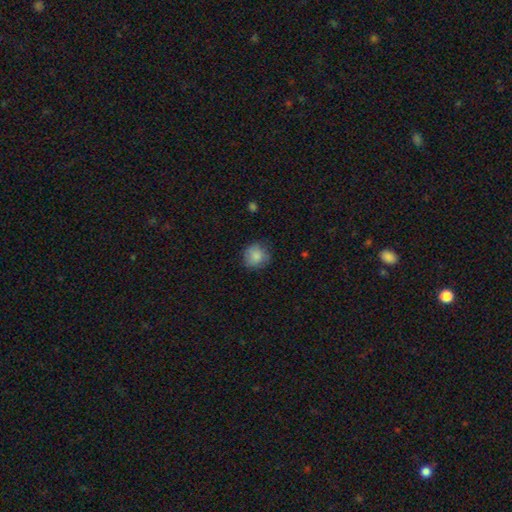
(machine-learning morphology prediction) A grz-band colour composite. It shows a smooth galaxy with no disk features (85%) that is round (89%). Merging: none (79%).